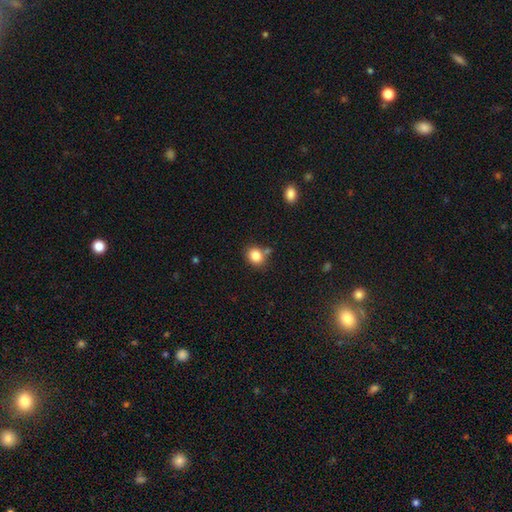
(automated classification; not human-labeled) smooth 84%, star or artifact 10%, featured or disk 6%. Down the decision tree: how rounded — round (62%); merging — none (72%).